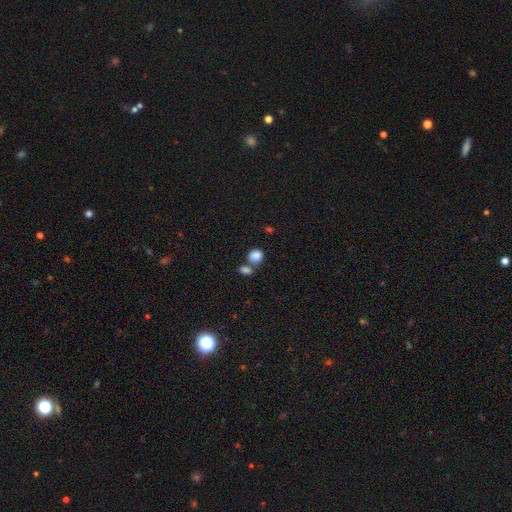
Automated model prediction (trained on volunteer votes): Morphology: type=smooth (85%); roundness=round (63%); merging=merger (46%).